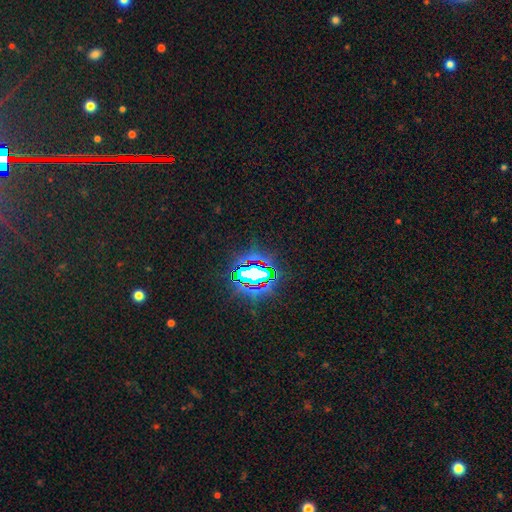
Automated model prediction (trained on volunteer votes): A star or artifact, not a galaxy (83%).